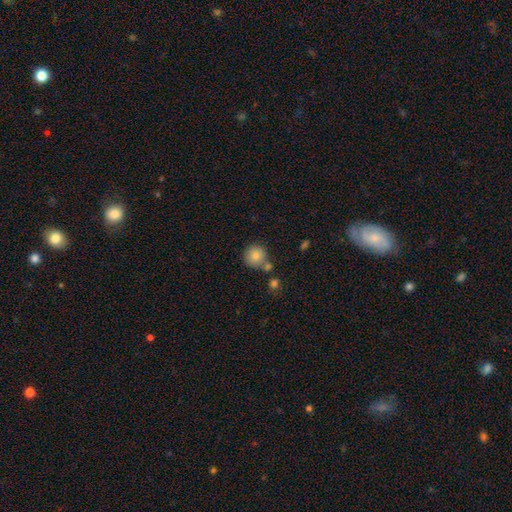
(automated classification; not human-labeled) Q: Smooth or featured?
A: smooth (82%); runner-up: star or artifact (9%)
Q: How rounded?
A: round (92%); runner-up: in between (7%)
Q: Merging?
A: none (68%); runner-up: merger (18%)